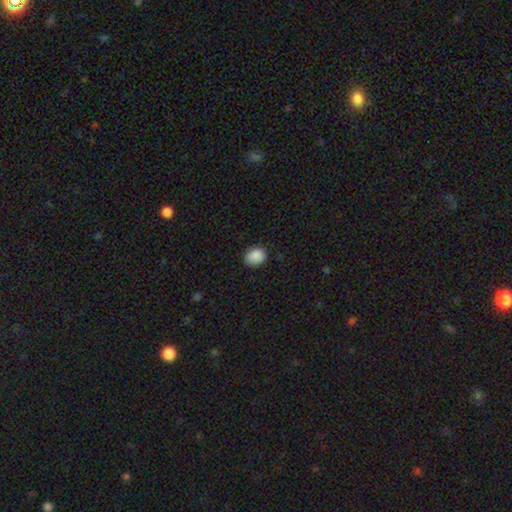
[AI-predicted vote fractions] This is clearly a smooth galaxy (89%). How rounded: possibly in between (50%). Merging: clearly none (82%).